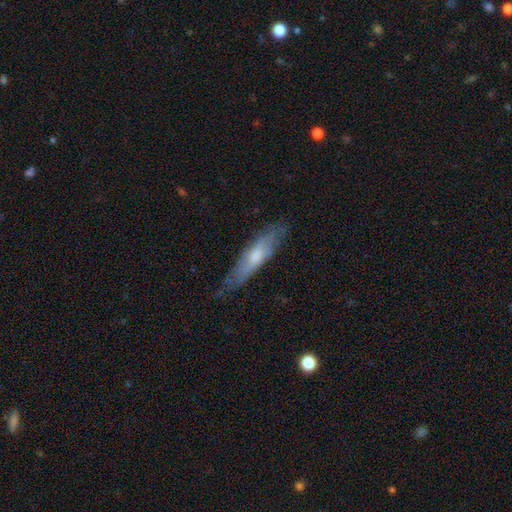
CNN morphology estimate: Smooth or featured? smooth (48%)
Merging? none (71%)